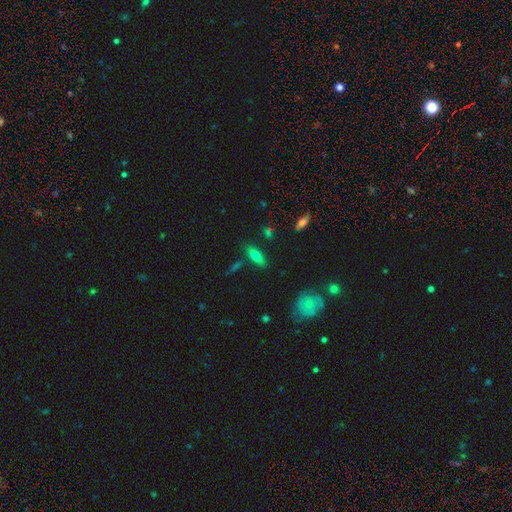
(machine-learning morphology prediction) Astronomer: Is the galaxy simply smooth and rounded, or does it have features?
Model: smooth — 66%.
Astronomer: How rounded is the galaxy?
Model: in between — 65%.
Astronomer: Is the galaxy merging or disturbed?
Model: none — 78%.